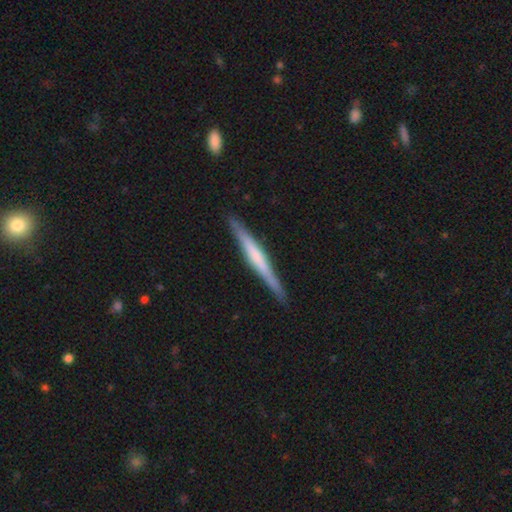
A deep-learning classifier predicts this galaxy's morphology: A featured or disk galaxy (59%) viewed edge-on (98%) with no central bulge (49%). Merging: none (90%).